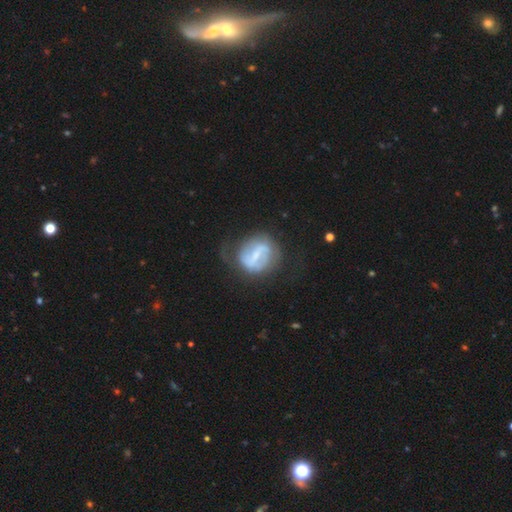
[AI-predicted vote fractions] This is likely a featured or disk galaxy (71%). It is clearly not viewed edge-on (97%). Bar: possibly strong (49%). Spiral arm pattern: likely yes (77%). Spiral arm count: likely 2 (73%). Spiral winding: marginally medium (38%). Central bulge: possibly small (49%). Merging: possibly none (54%).